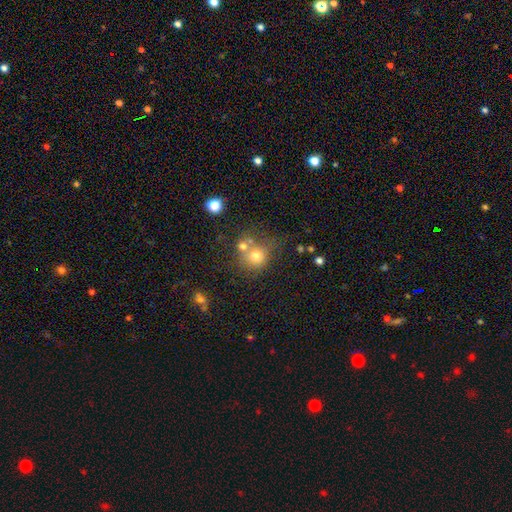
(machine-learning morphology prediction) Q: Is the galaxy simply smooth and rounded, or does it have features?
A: smooth — 71%.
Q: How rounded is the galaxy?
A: round — 85%.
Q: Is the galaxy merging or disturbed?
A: none — 47%.